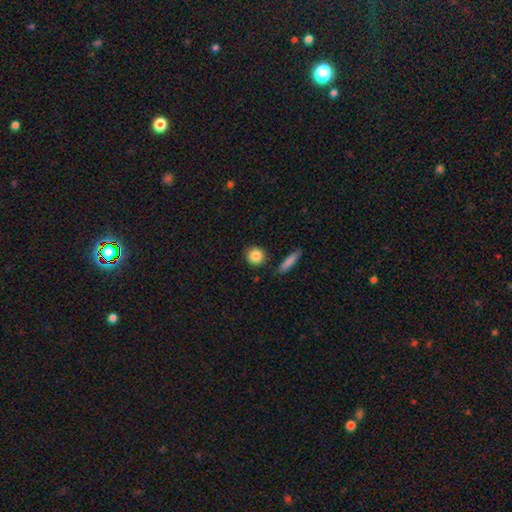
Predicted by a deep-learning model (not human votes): Q: Smooth or featured?
A: smooth (86%); runner-up: star or artifact (8%)
Q: How rounded?
A: round (85%); runner-up: in between (12%)
Q: Merging?
A: none (87%); runner-up: minor disturbance (8%)